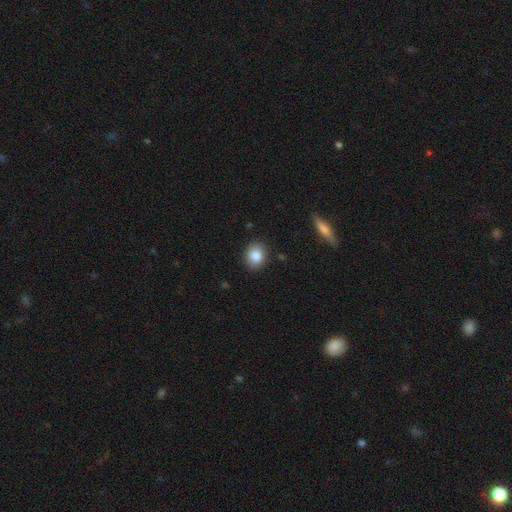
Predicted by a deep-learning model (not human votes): smooth_or_featured: smooth (p=0.85) [alt: star or artifact p=0.09]
how_rounded: round (p=0.59) [alt: in between p=0.39]
merging: none (p=0.87) [alt: minor disturbance p=0.09]